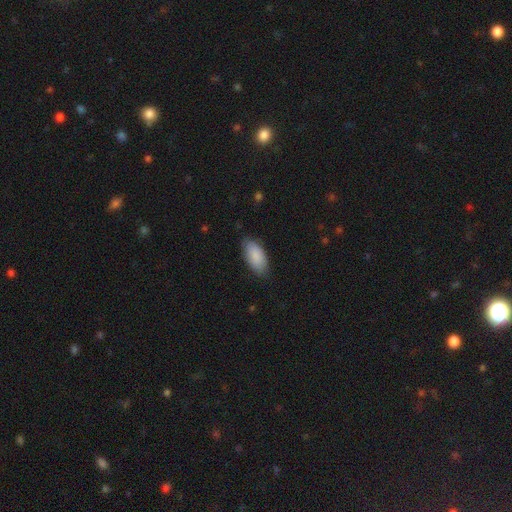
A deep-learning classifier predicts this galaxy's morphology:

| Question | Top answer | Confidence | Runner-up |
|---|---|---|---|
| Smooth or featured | smooth | 88% | featured or disk (7%) |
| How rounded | in between | 93% | cigar-shaped (5%) |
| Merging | none | 80% | minor disturbance (16%) |